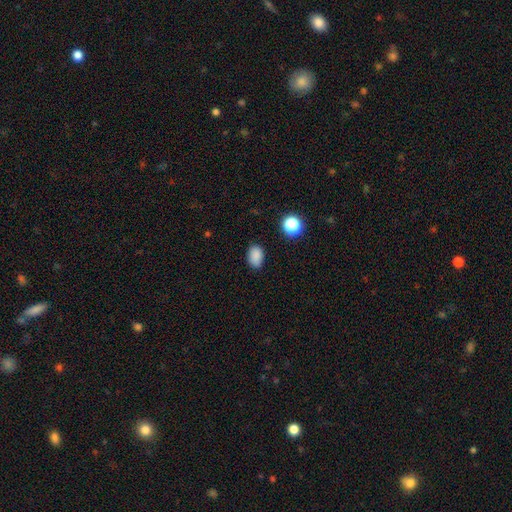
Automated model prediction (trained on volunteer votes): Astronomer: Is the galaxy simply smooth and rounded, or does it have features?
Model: smooth — 85%.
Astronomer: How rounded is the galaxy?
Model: in between — 79%.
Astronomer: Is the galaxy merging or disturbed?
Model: none — 79%.